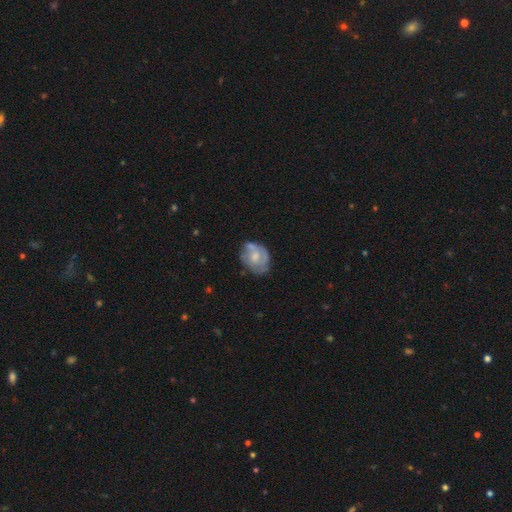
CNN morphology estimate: A featured or disk galaxy (50%).

Vote fractions:
- Smooth or featured? featured or disk: 50% / smooth: 44% / star or artifact: 7%
- Merging? none: 48% / minor disturbance: 30% / major disturbance: 14% / merger: 9%